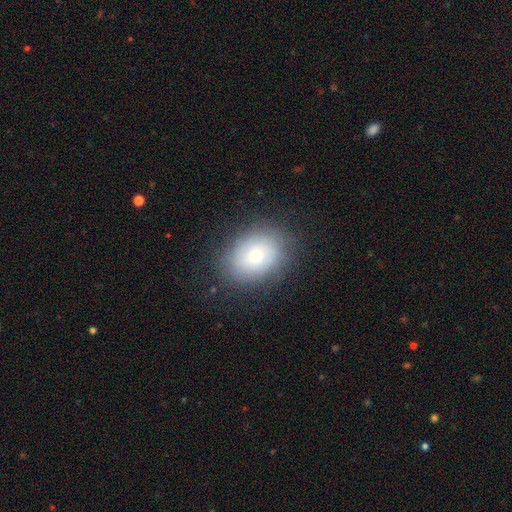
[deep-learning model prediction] smooth-or-featured: smooth: 65% | featured or disk: 24% | star or artifact: 10%
  how-rounded: in between: 60% | round: 39% | cigar-shaped: 1%
  merging: none: 79% | minor disturbance: 15% | major disturbance: 5% | merger: 1%